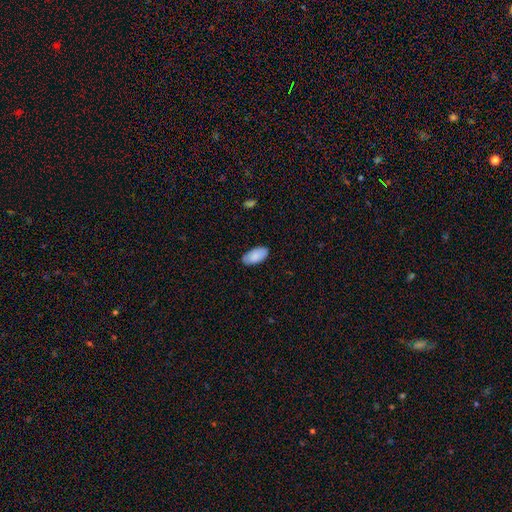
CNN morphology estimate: smooth-or-featured: smooth: 87% | featured or disk: 7% | star or artifact: 6%
  how-rounded: in between: 96% | cigar-shaped: 2% | round: 2%
  merging: none: 83% | minor disturbance: 14% | major disturbance: 2% | merger: 1%